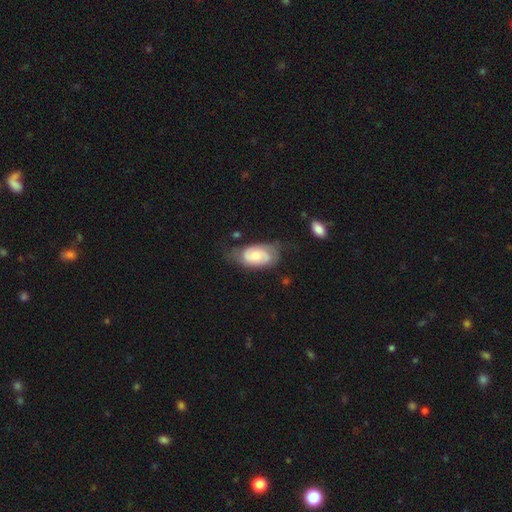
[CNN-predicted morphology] This appears to be a featured or disk galaxy (62%) with no bar (66%), 2 (69%) tight (47%) spiral arms (87%) and a moderate central bulge (51%). Merging: none (54%).